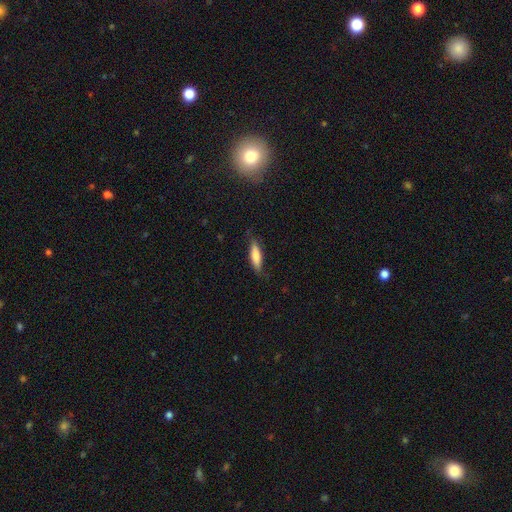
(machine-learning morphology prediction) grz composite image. It shows a smooth galaxy with no disk features (76%) that is cigar-shaped (62%). Merging: none (72%).